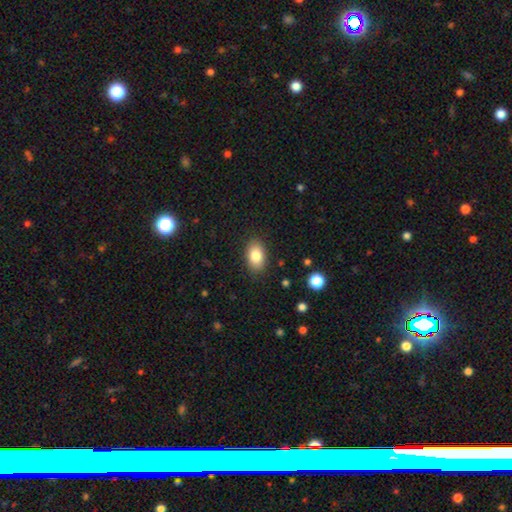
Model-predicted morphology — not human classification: This is clearly a smooth galaxy (84%). How rounded: clearly in between (89%). Merging: clearly none (86%).